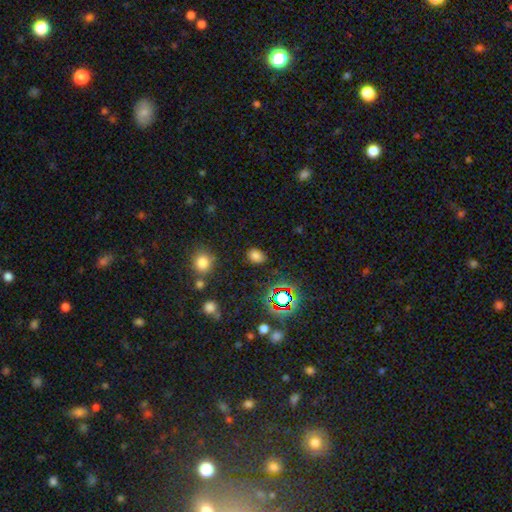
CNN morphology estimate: Q: Smooth or featured?
A: smooth (72%); runner-up: star or artifact (21%)
Q: How rounded?
A: in between (65%); runner-up: round (33%)
Q: Merging?
A: none (83%); runner-up: minor disturbance (11%)